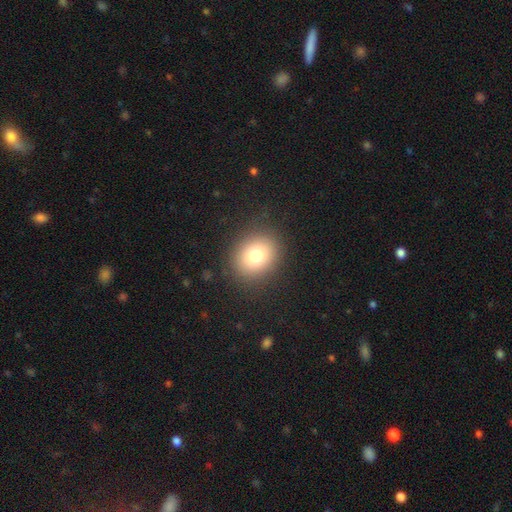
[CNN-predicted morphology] This appears to be a smooth galaxy with no disk features (77%) that is round (66%). Merging: none (87%).